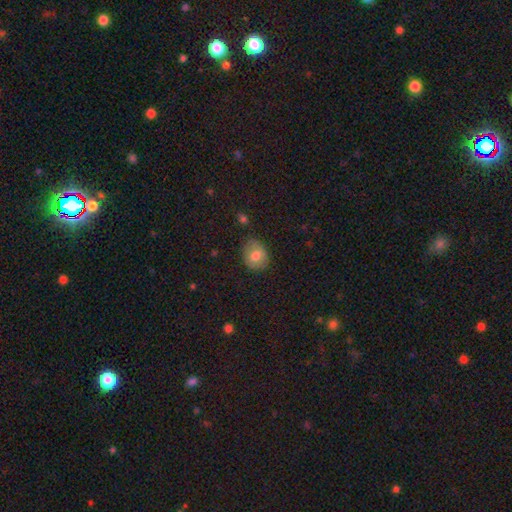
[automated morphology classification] Q: Smooth or featured?
A: smooth (75%); runner-up: featured or disk (16%)
Q: How rounded?
A: round (57%); runner-up: in between (42%)
Q: Merging?
A: none (75%); runner-up: minor disturbance (19%)